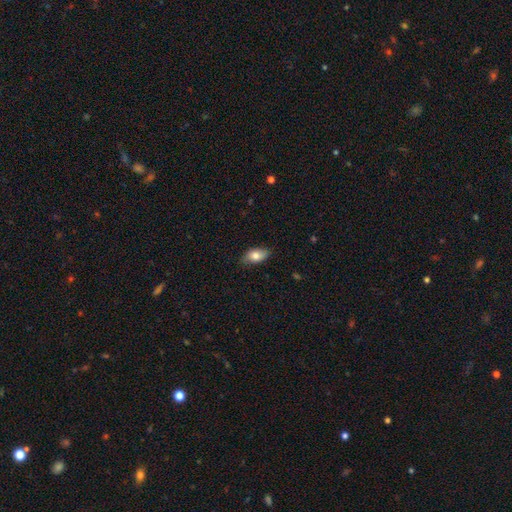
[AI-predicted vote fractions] Smooth or featured?
  - smooth: 76% *
  - featured or disk: 17%
  - star or artifact: 7%
How rounded?
  - in between: 90% *
  - round: 6%
  - cigar-shaped: 4%
Merging?
  - none: 81% *
  - minor disturbance: 15%
  - major disturbance: 2%
  - merger: 1%